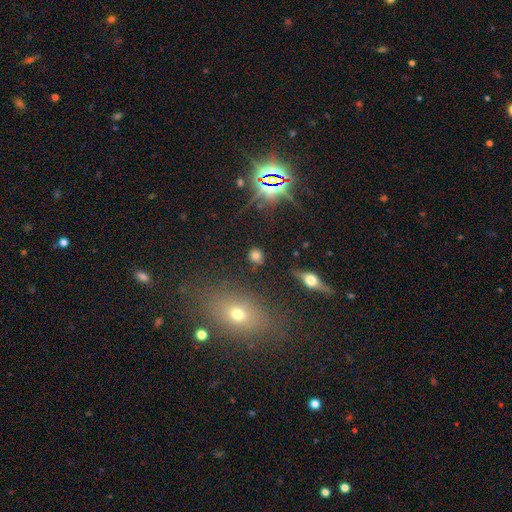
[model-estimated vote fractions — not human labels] Smooth or featured?
  - smooth: 73% *
  - star or artifact: 20%
  - featured or disk: 8%
How rounded?
  - round: 79% *
  - in between: 19%
  - cigar-shaped: 2%
Merging?
  - none: 84% *
  - minor disturbance: 9%
  - major disturbance: 4%
  - merger: 3%